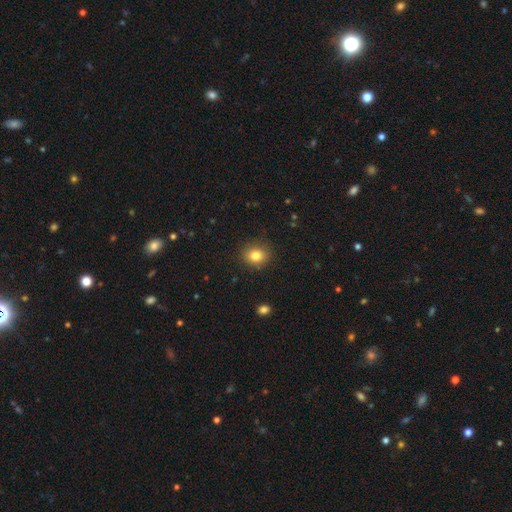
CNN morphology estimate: A smooth galaxy with no disk features (82%) that is round (69%).

Vote fractions:
- Smooth or featured? smooth: 82% / star or artifact: 11% / featured or disk: 7%
- How rounded? round: 69% / in between: 30% / cigar-shaped: 1%
- Merging? none: 87% / minor disturbance: 9% / major disturbance: 3% / merger: 1%